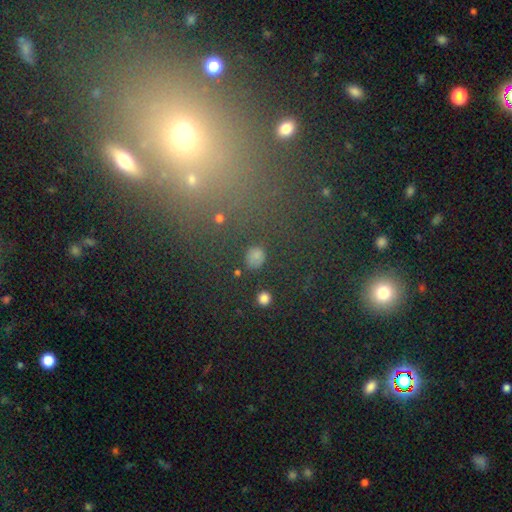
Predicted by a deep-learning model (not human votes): The model was most divided on "how rounded": round: 71%, in between: 28%, cigar-shaped: 2%. More confident: merging — none (84%); smooth or featured — smooth (69%).